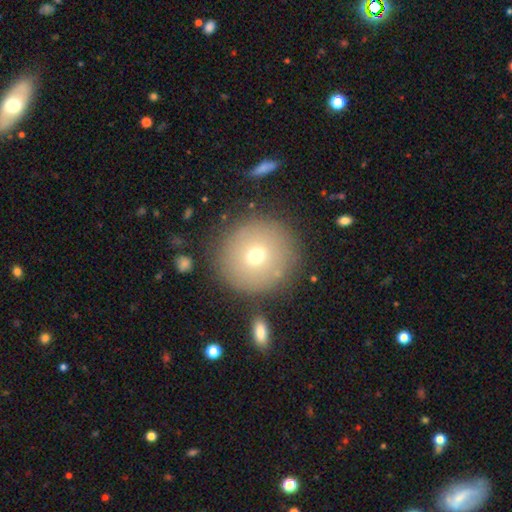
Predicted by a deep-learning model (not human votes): smooth_or_featured: smooth (p=0.66) [alt: featured or disk p=0.20]
how_rounded: round (p=0.94) [alt: in between p=0.05]
merging: none (p=0.83) [alt: minor disturbance p=0.09]